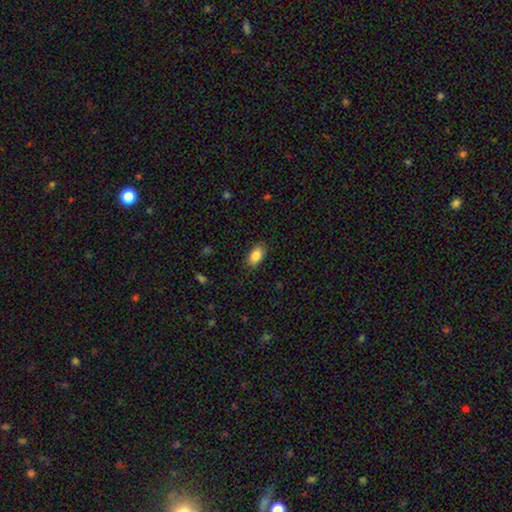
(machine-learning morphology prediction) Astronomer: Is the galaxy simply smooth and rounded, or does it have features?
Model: smooth — 87%.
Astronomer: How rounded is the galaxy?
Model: in between — 91%.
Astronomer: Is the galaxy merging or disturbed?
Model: none — 85%.